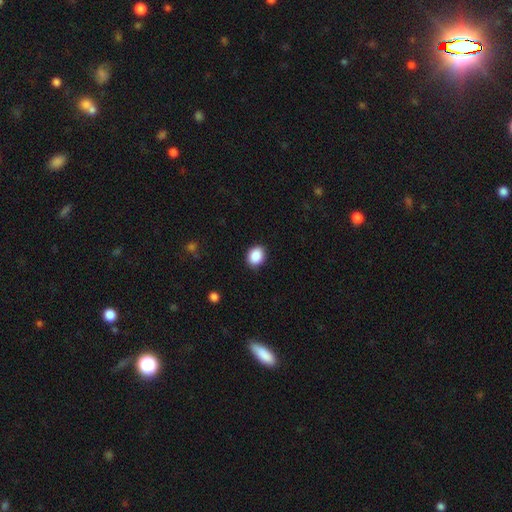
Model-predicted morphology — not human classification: Smooth or featured? smooth (89%)
How rounded? in between (51%)
Merging? none (88%)